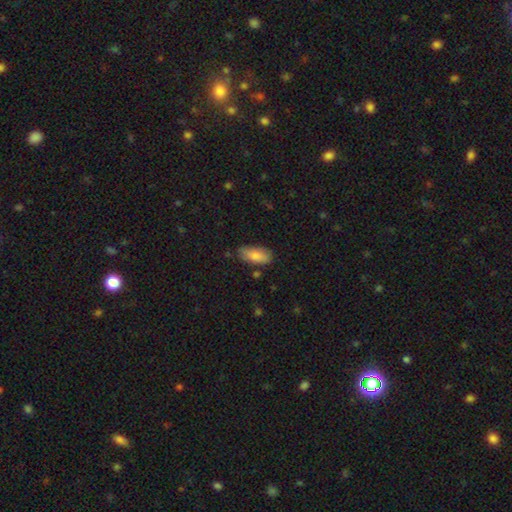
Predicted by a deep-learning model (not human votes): Morphology: type=smooth (84%); roundness=in between (85%); merging=none (78%).